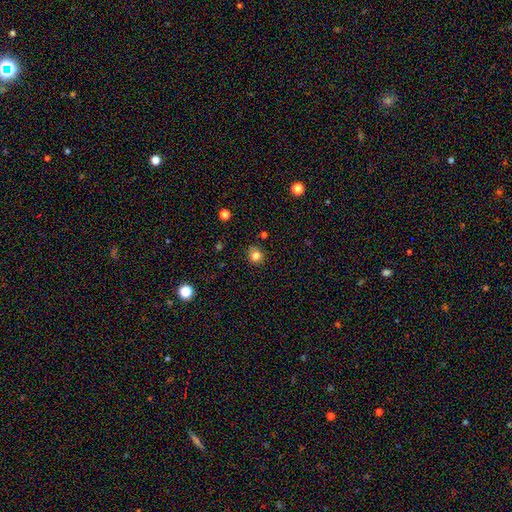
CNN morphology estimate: The model was most divided on "merging": none: 81%, minor disturbance: 14%, major disturbance: 3%, merger: 3%. More confident: how rounded — round (87%); smooth or featured — smooth (81%).